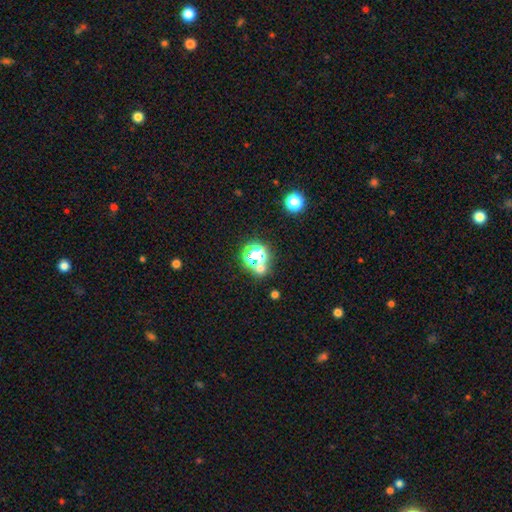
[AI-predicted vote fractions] A star or artifact, not a galaxy (50%).

Vote fractions:
- Smooth or featured? star or artifact: 50% / smooth: 39% / featured or disk: 10%